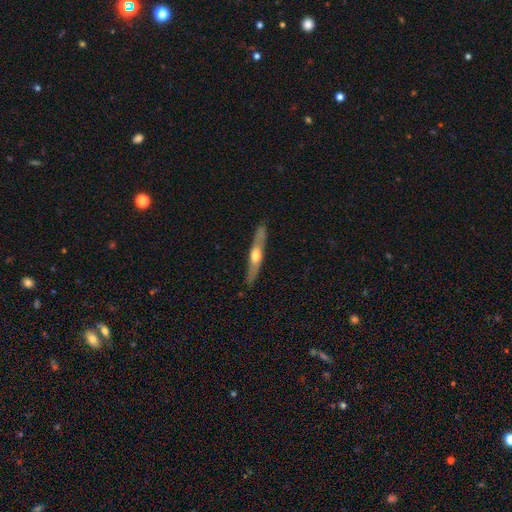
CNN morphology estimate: featured or disk 59%, smooth 36%, star or artifact 5%. Down the decision tree: edge-on disk — yes (90%); edge-on bulge — rounded (88%); merging — none (87%).